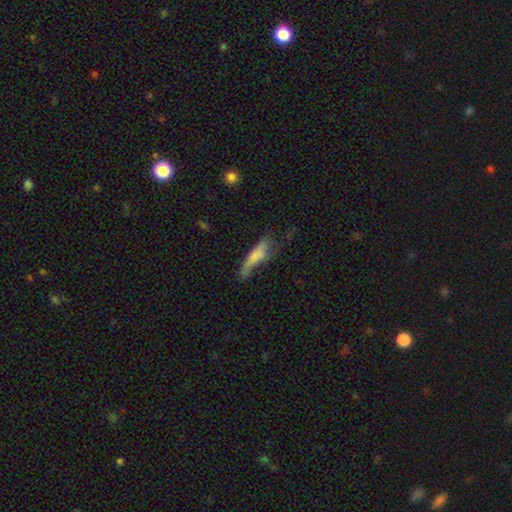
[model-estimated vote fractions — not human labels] This appears to be a smooth galaxy with no disk features (62%) that is cigar-shaped (77%). Merging: none (34%).